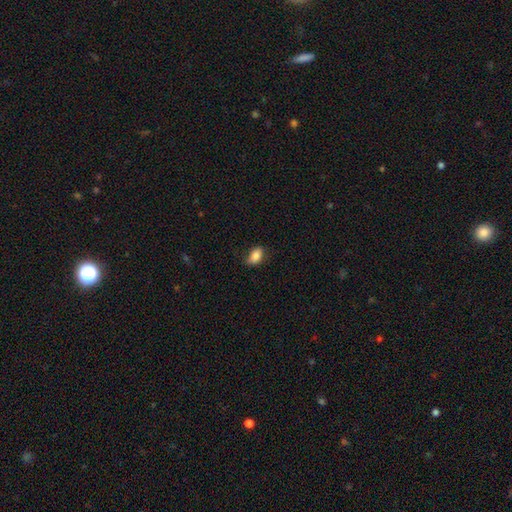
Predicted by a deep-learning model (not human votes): Smooth or featured? smooth (85%)
How rounded? in between (89%)
Merging? none (72%)